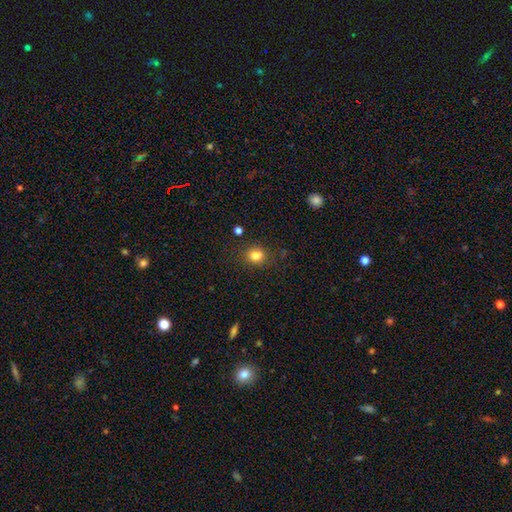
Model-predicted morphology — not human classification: This is clearly a smooth galaxy (81%). How rounded: likely round (68%). Merging: clearly none (81%).